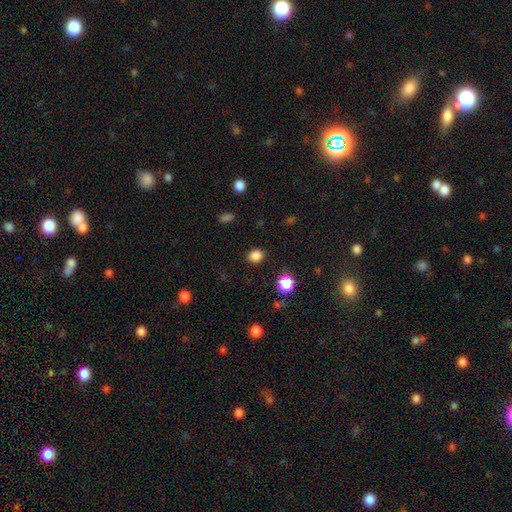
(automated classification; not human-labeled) The model was most divided on "how rounded": round: 60%, in between: 39%, cigar-shaped: 1%. More confident: merging — none (86%); smooth or featured — smooth (85%).